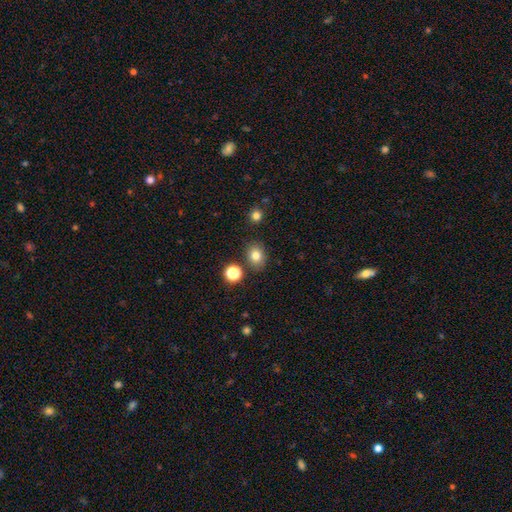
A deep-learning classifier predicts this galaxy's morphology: type=smooth (79%); roundness=round (52%); merging=none (83%).